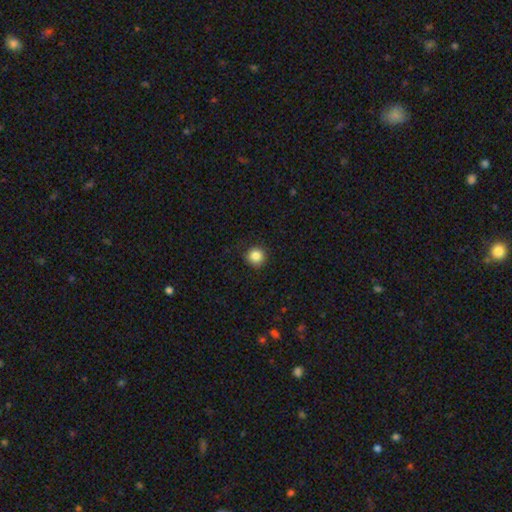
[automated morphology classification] A smooth galaxy with no disk features (86%) that is round (94%).

Vote fractions:
- Smooth or featured? smooth: 86% / star or artifact: 10% / featured or disk: 4%
- How rounded? round: 94% / in between: 5% / cigar-shaped: 1%
- Merging? none: 88% / minor disturbance: 9% / major disturbance: 2% / merger: 1%